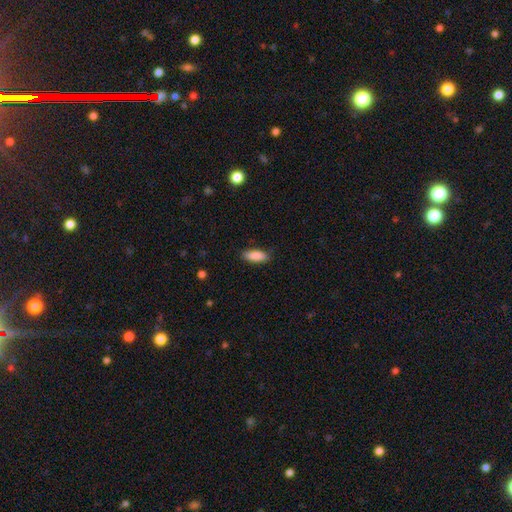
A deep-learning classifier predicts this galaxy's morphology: type=smooth (88%); roundness=in between (74%); merging=none (85%).